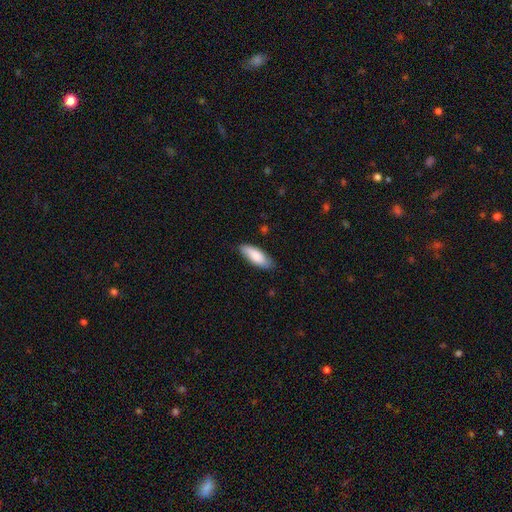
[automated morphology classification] type=smooth (85%); roundness=in between (69%); merging=none (81%).